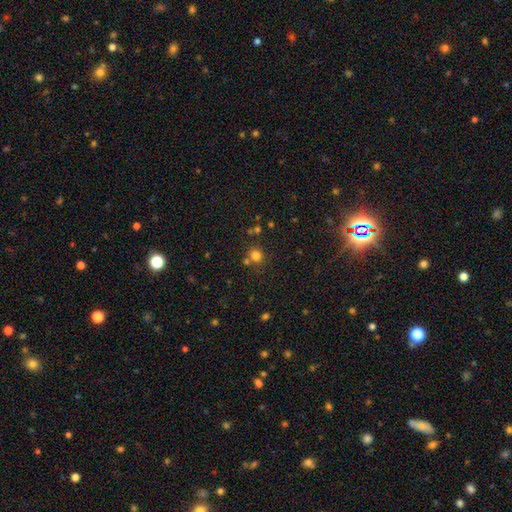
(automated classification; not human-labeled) Morphology: type=smooth (77%); roundness=round (82%); merging=none (70%).